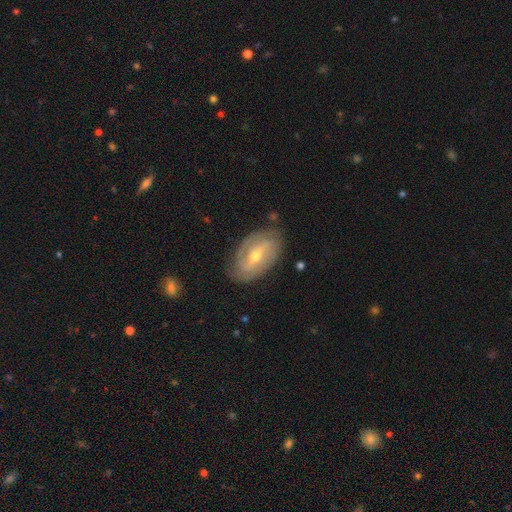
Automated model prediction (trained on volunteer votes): Smooth or featured? Predicted: featured or disk (p=0.79). Edge-on disk? Predicted: no (p=0.94). Bar? Predicted: weak (p=0.42). Spiral arms? Predicted: yes (p=0.88). Spiral winding? Predicted: tight (p=0.44). Spiral arm count? Predicted: 2 (p=0.66). Bulge size? Predicted: small (p=0.49). Merging? Predicted: none (p=0.79).